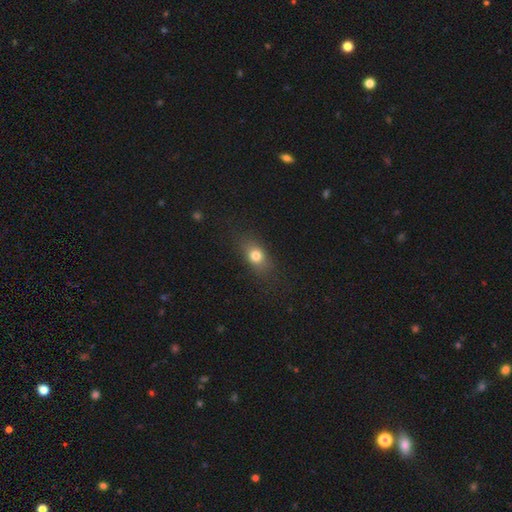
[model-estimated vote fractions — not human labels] Q: Smooth or featured?
A: smooth (76%); runner-up: featured or disk (13%)
Q: How rounded?
A: in between (62%); runner-up: round (31%)
Q: Merging?
A: none (79%); runner-up: minor disturbance (14%)